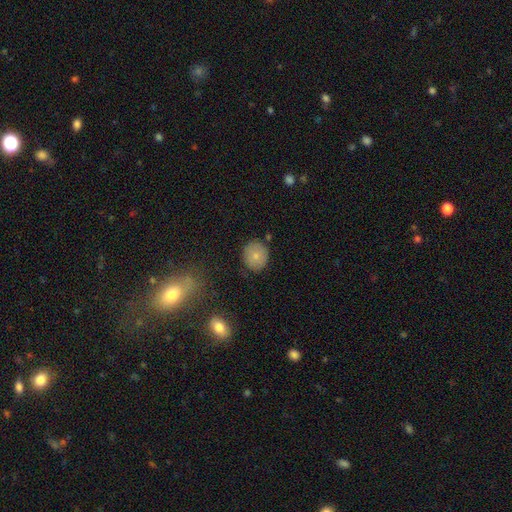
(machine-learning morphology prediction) Smooth or featured? Predicted: smooth (p=0.77). How rounded? Predicted: round (p=0.84). Merging? Predicted: none (p=0.82).